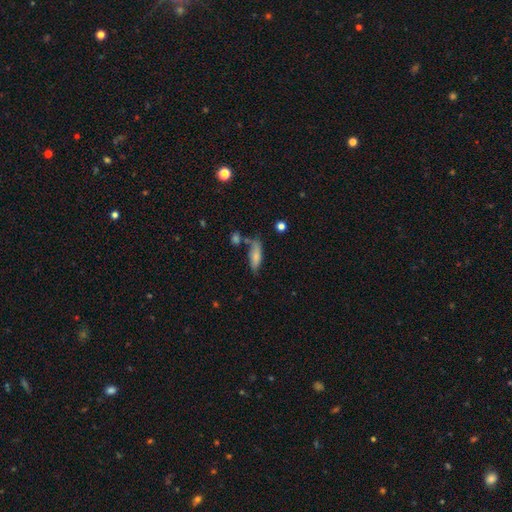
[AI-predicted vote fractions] Overall: smooth (74%). How rounded: in between (60%; cigar-shaped 37%). Merging: none (54%; minor disturbance 24%).